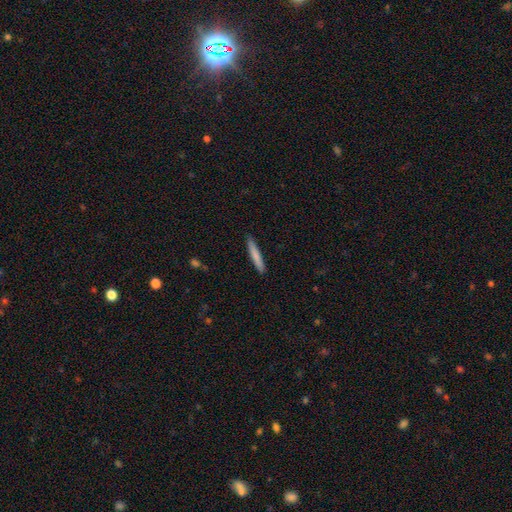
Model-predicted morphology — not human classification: This is likely a smooth galaxy (78%). How rounded: clearly cigar-shaped (95%). Merging: clearly none (90%).